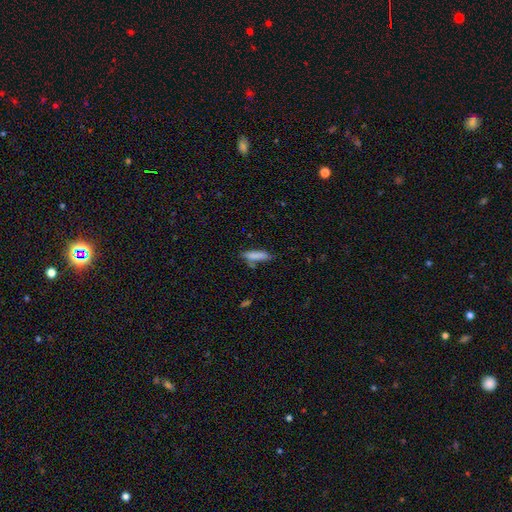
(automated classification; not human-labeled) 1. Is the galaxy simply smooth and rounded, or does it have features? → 82% smooth, 11% featured or disk, 8% star or artifact.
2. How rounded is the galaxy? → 68% cigar-shaped, 30% in between, 2% round.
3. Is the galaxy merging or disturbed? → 61% none, 22% minor disturbance, 11% merger, 6% major disturbance.